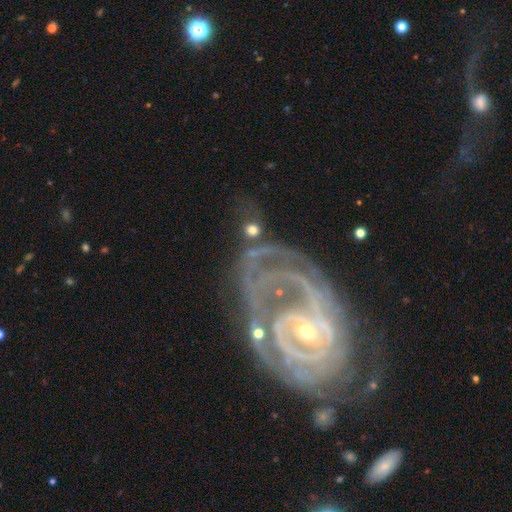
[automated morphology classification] Smooth or featured: featured or disk — 78% (smooth — 12%)
Edge-on disk: no — 96% (yes — 4%)
Bar: no — 44% (weak — 30%)
Spiral arms: yes — 86% (no — 14%)
Spiral winding: tight — 54% (medium — 33%)
Spiral arm count: 2 — 37% (can't tell — 23%)
Bulge size: small — 56% (moderate — 35%)
Merging: none — 50% (major disturbance — 21%)